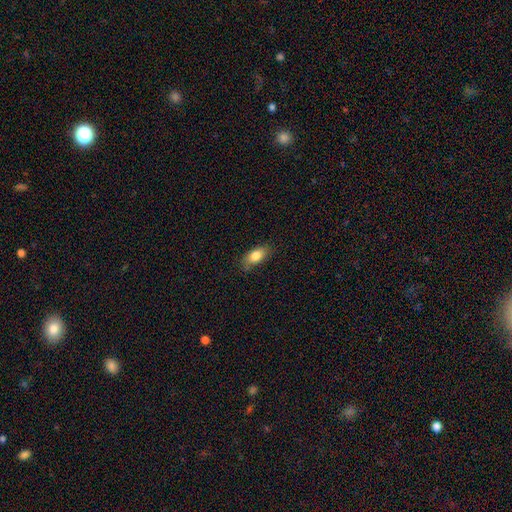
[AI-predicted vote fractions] Q: Smooth or featured?
A: smooth (82%); runner-up: featured or disk (11%)
Q: How rounded?
A: in between (86%); runner-up: cigar-shaped (9%)
Q: Merging?
A: none (76%); runner-up: minor disturbance (19%)